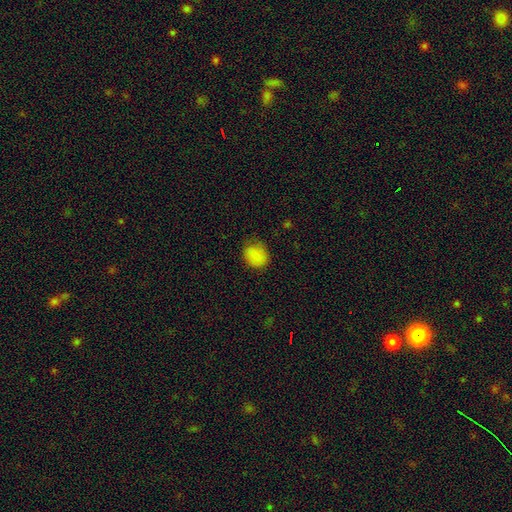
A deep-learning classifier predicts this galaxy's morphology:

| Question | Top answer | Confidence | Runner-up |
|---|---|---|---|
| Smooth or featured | smooth | 85% | star or artifact (9%) |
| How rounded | round | 68% | in between (31%) |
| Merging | none | 76% | minor disturbance (19%) |